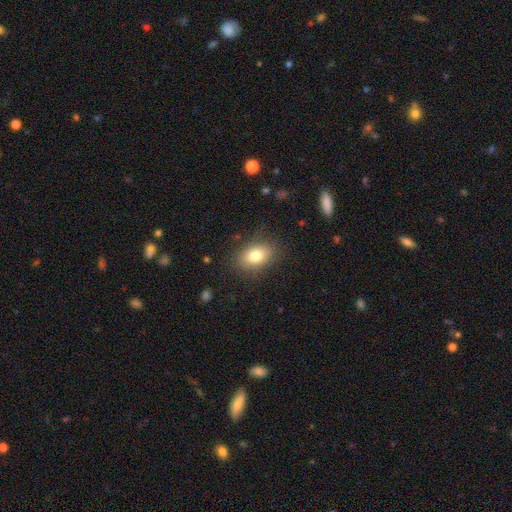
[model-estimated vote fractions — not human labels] smooth-or-featured: smooth: 80% | featured or disk: 11% | star or artifact: 9%
  how-rounded: in between: 81% | round: 17% | cigar-shaped: 2%
  merging: none: 82% | minor disturbance: 12% | major disturbance: 4% | merger: 1%